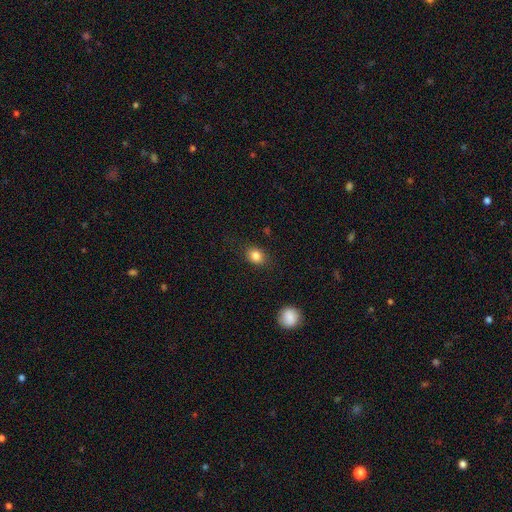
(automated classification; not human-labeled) A smooth galaxy with no disk features (85%) that is round (51%).

Vote fractions:
- Smooth or featured? smooth: 85% / star or artifact: 10% / featured or disk: 5%
- How rounded? round: 51% / in between: 48% / cigar-shaped: 1%
- Merging? none: 84% / minor disturbance: 11% / major disturbance: 3% / merger: 1%